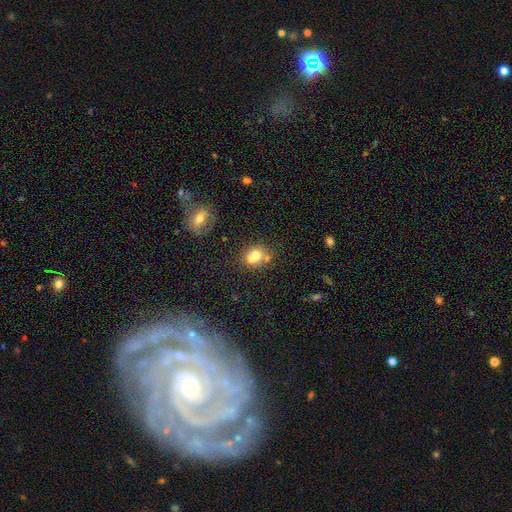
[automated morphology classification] smooth 66%, featured or disk 21%, star or artifact 13%. Down the decision tree: how rounded — round (68%); merging — merger (52%).